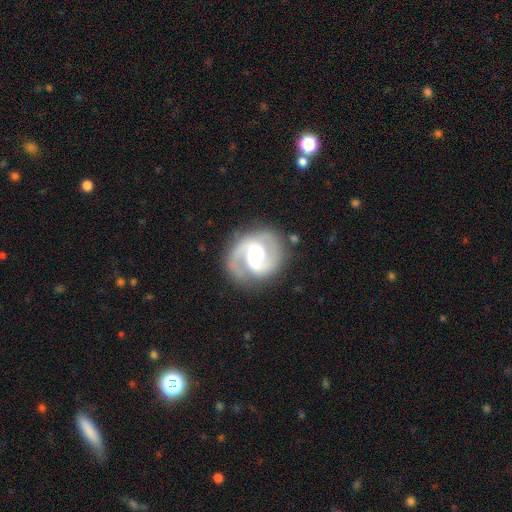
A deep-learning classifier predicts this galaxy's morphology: smooth-or-featured: featured or disk: 89% | smooth: 7% | star or artifact: 4%
  disk-edge-on: no: 98% | yes: 2%
    bar: weak: 45% | no: 39% | strong: 16%
    has-spiral-arms: yes: 97% | no: 3%
      spiral-winding: medium: 55% | tight: 32% | loose: 13%
      spiral-arm-count: 2: 90% | 3: 3% | can't tell: 3% | 1: 2% | 4: 1% | more than 4: 1%
    bulge-size: moderate: 60% | small: 24% | large: 13% | none: 2% | dominant: 2%
  merging: none: 80% | minor disturbance: 12% | major disturbance: 6% | merger: 2%